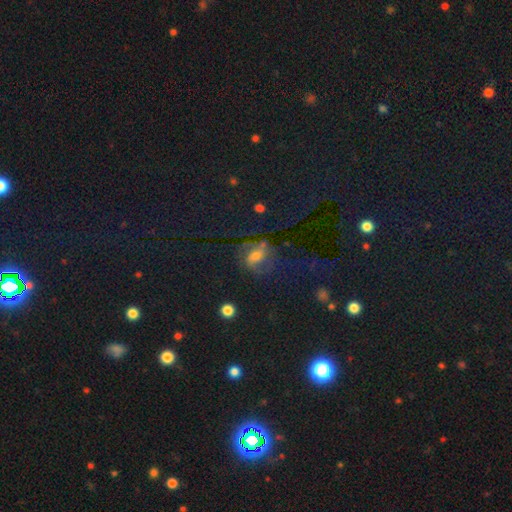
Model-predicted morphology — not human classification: Smooth or featured: featured or disk — 37% (smooth — 32%)
Merging: none — 60% (minor disturbance — 19%)